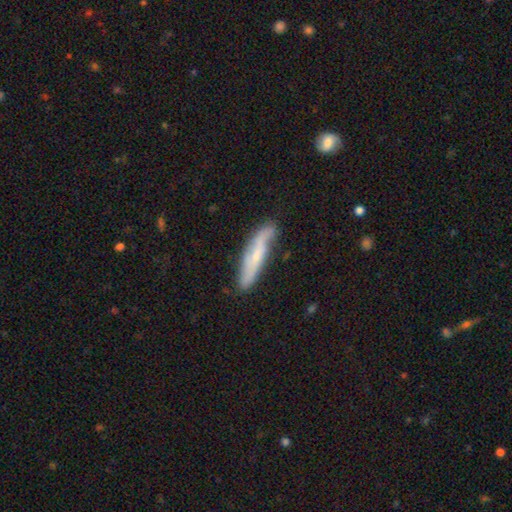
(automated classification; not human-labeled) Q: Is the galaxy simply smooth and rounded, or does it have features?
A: featured or disk — 54%.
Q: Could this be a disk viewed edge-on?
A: no — 56%.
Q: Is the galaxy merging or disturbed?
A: none — 71%.